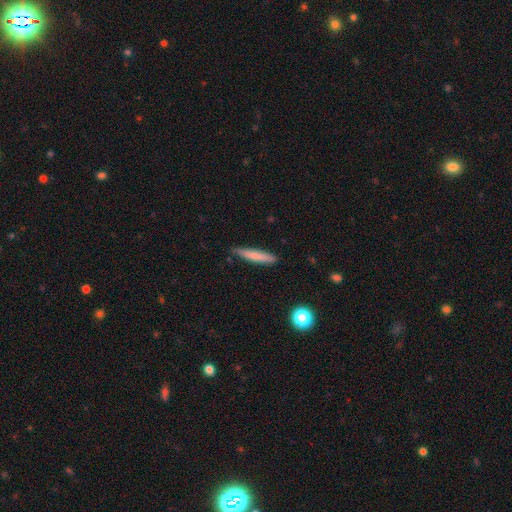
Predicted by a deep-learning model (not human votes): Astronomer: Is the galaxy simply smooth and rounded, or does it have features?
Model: smooth — 74%.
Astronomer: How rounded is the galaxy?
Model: cigar-shaped — 92%.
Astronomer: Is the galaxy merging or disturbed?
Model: none — 83%.